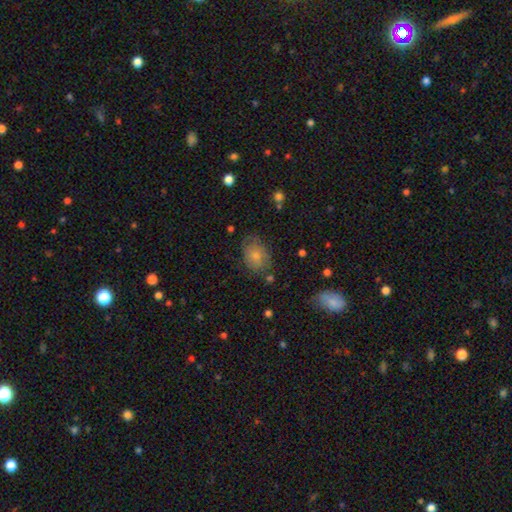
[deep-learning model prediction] This is possibly a smooth galaxy (58%). How rounded: likely in between (68%). Merging: likely none (73%).